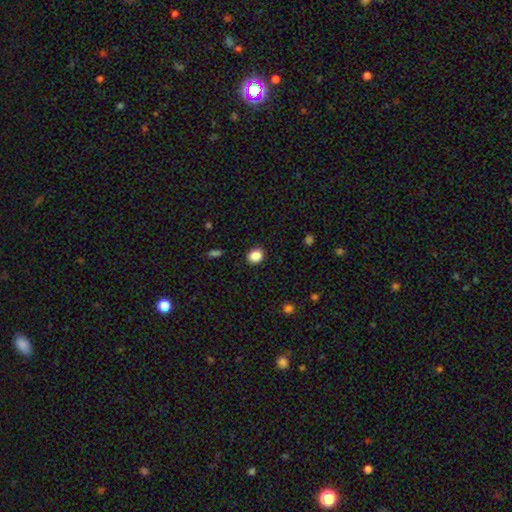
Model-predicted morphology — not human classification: This appears to be a smooth galaxy with no disk features (87%) that is round (65%). Merging: none (90%).